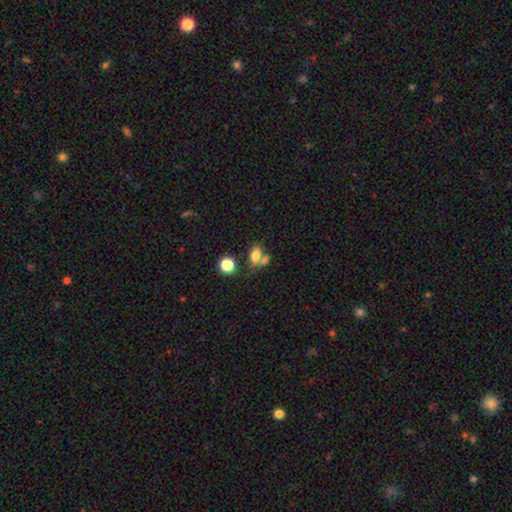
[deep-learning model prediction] Smooth or featured? Predicted: smooth (p=0.76). How rounded? Predicted: in between (p=0.81). Merging? Predicted: none (p=0.45).